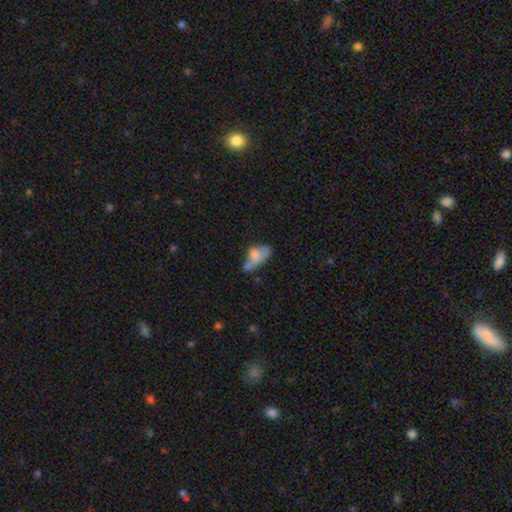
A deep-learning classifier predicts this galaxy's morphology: Smooth or featured?
  - smooth: 66% *
  - featured or disk: 24%
  - star or artifact: 10%
How rounded?
  - in between: 86% *
  - cigar-shaped: 8%
  - round: 7%
Merging?
  - merger: 29% *
  - none: 26%
  - minor disturbance: 24%
  - major disturbance: 20%